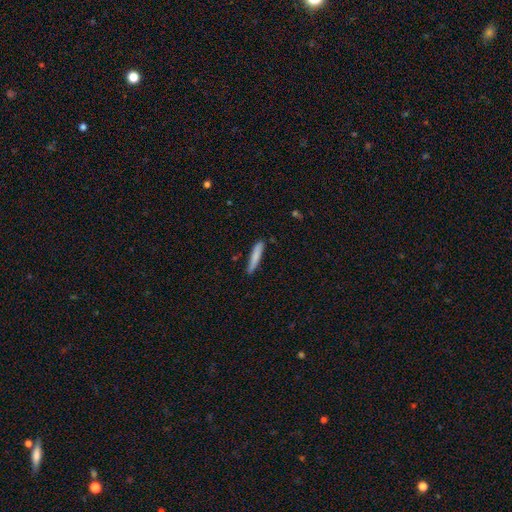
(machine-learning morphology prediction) Smooth or featured? smooth (80%)
How rounded? cigar-shaped (93%)
Merging? none (84%)